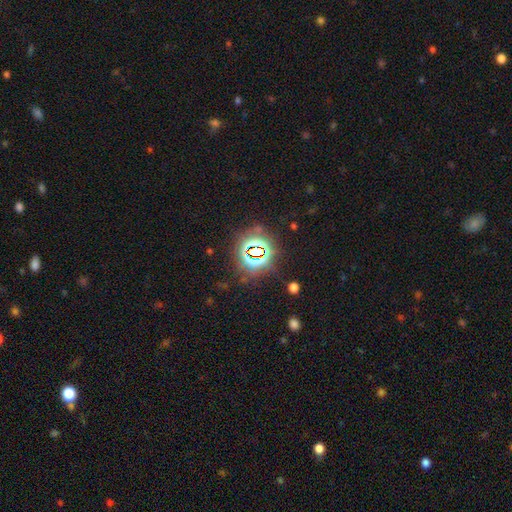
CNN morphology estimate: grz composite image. It shows a star or artifact, not a galaxy (77%).